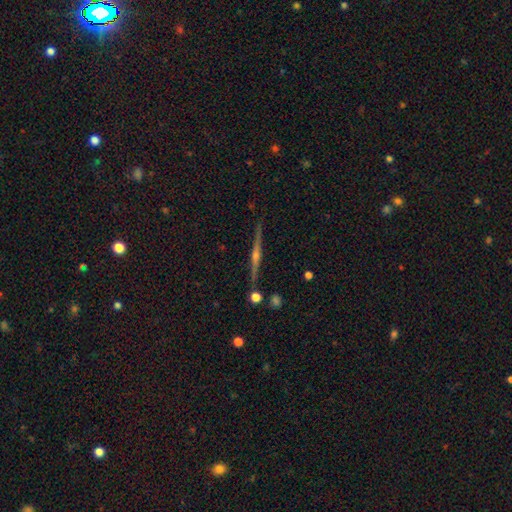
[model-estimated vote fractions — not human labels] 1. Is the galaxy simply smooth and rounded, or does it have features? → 77% featured or disk, 13% smooth, 10% star or artifact.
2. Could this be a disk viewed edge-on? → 97% yes, 3% no.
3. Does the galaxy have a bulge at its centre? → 84% rounded, 9% none, 7% boxy.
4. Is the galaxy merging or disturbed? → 86% none, 8% minor disturbance, 3% merger, 2% major disturbance.